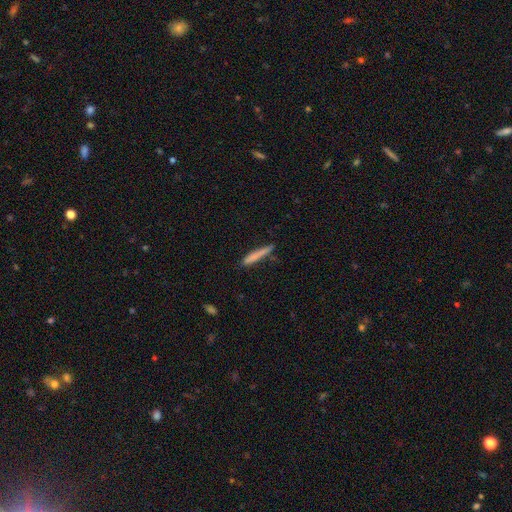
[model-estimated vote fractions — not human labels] Overall: smooth (74%). How rounded: cigar-shaped (95%). Merging: none (80%).